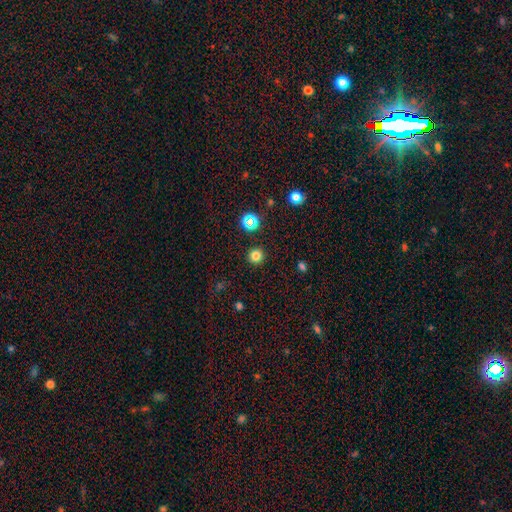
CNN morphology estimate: Q: Smooth or featured?
A: smooth (79%); runner-up: star or artifact (16%)
Q: How rounded?
A: round (94%); runner-up: in between (5%)
Q: Merging?
A: none (92%); runner-up: minor disturbance (5%)